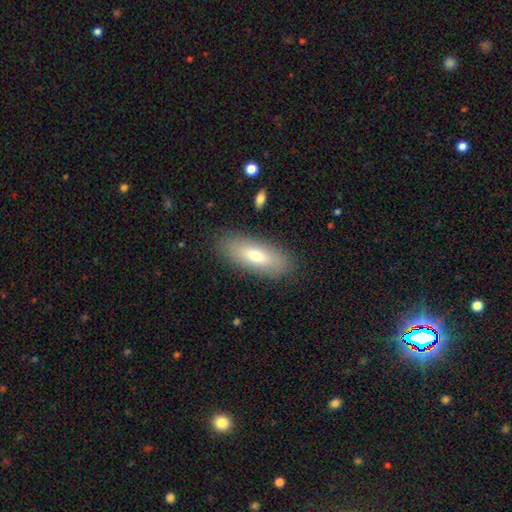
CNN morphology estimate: This is likely a smooth galaxy (71%). How rounded: likely in between (72%). Merging: clearly none (87%).